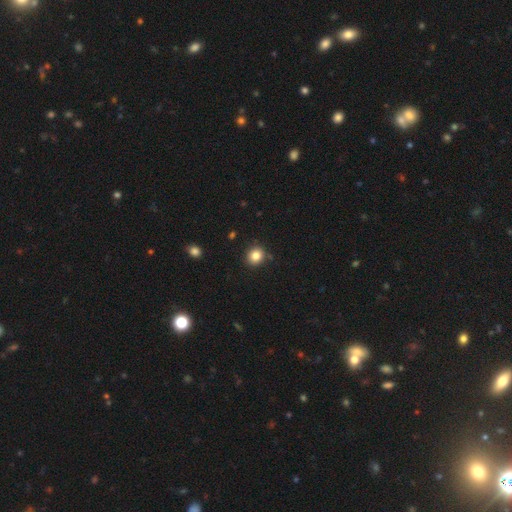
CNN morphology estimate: This is clearly a smooth galaxy (84%). How rounded: clearly round (84%). Merging: clearly none (88%).